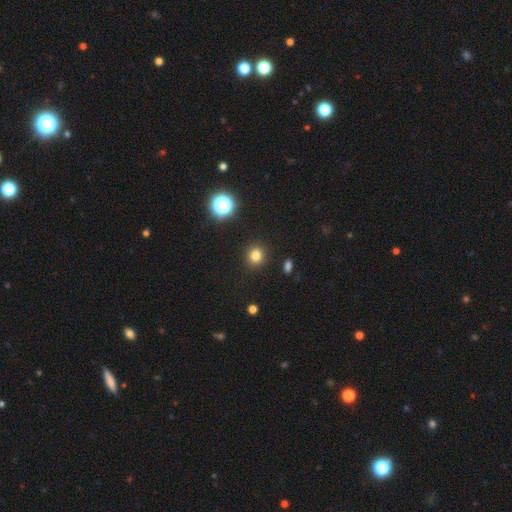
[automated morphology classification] This appears to be a smooth galaxy with no disk features (80%) that is round (87%). Merging: none (91%).